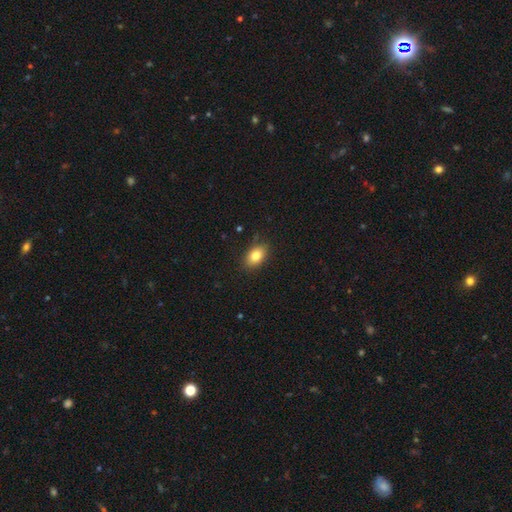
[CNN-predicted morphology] Smooth or featured: smooth — 82% (featured or disk — 9%)
How rounded: in between — 86% (round — 13%)
Merging: none — 85% (minor disturbance — 11%)